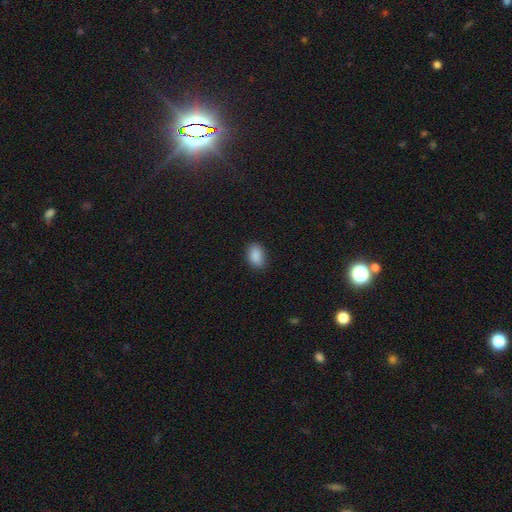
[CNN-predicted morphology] This appears to be a smooth galaxy with no disk features (89%) that is in between round and cigar-shaped (86%). Merging: none (85%).